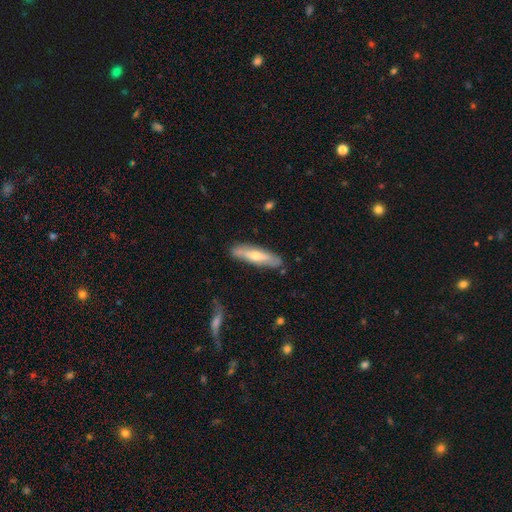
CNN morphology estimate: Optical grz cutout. It shows a featured or disk galaxy (51%) viewed edge-on (62%). Merging: none (82%).